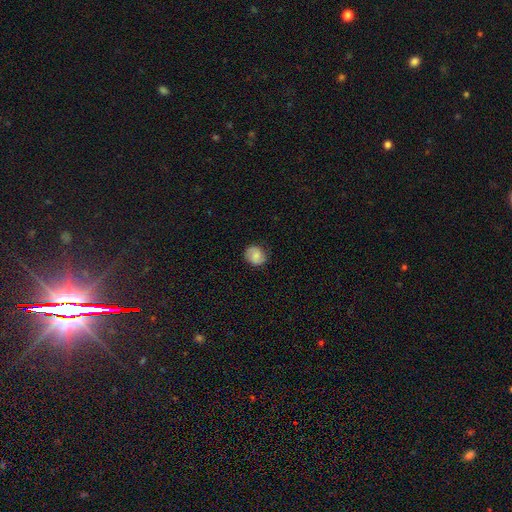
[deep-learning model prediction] This is likely a smooth galaxy (67%). How rounded: likely round (72%). Merging: clearly none (80%).